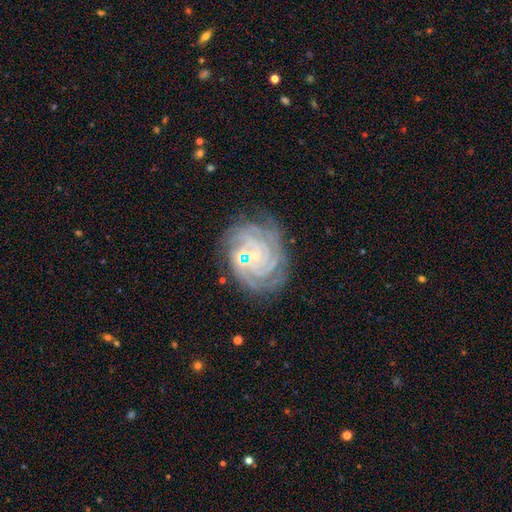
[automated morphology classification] This appears to be a featured or disk galaxy (88%) with no bar (66%), 4 (33%) tight (82%) spiral arms (98%) and a small central bulge (79%). Merging: none (73%).